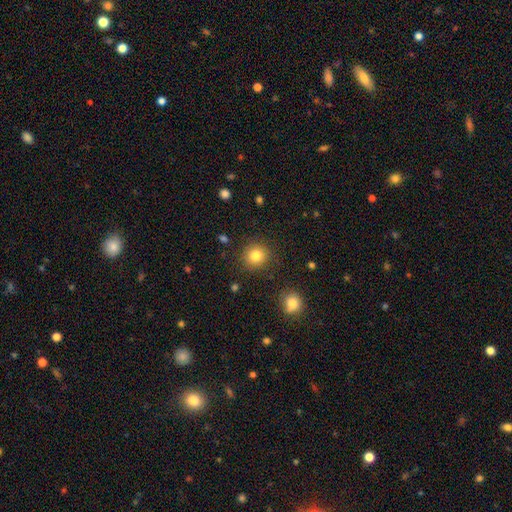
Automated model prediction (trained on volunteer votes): A smooth galaxy with no disk features (82%) that is round (87%). Merging: none (88%).